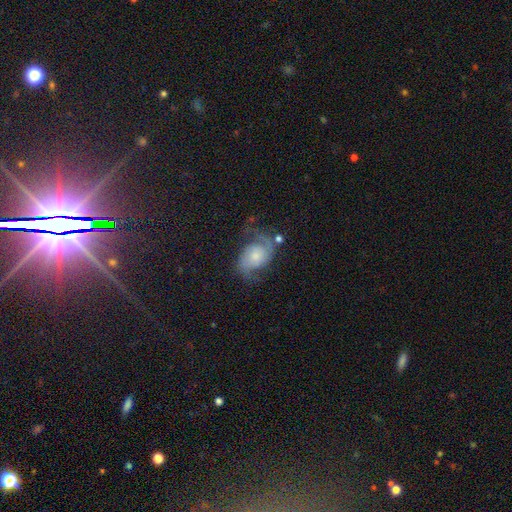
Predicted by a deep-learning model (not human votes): smooth-or-featured: featured or disk: 77% | smooth: 15% | star or artifact: 8%
  disk-edge-on: no: 97% | yes: 3%
    bar: no: 69% | weak: 26% | strong: 5%
    has-spiral-arms: yes: 94% | no: 6%
      spiral-winding: medium: 45% | loose: 37% | tight: 18%
      spiral-arm-count: 2: 88% | can't tell: 5% | 1: 4% | 3: 1% | 4: 1% | more than 4: 1%
    bulge-size: small: 39% (tied) | moderate: 39% (tied) | large: 12% | none: 8% | dominant: 3%
  merging: none: 56% | minor disturbance: 22% | major disturbance: 18% | merger: 4%